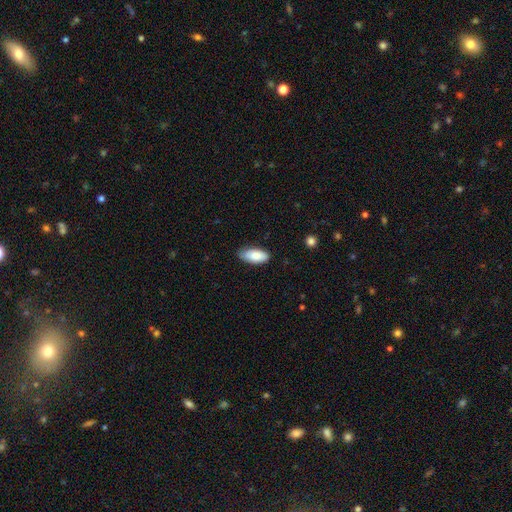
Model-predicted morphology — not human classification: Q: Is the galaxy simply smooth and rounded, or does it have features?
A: smooth — 86%.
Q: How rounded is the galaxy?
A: in between — 90%.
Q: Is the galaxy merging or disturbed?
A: none — 77%.